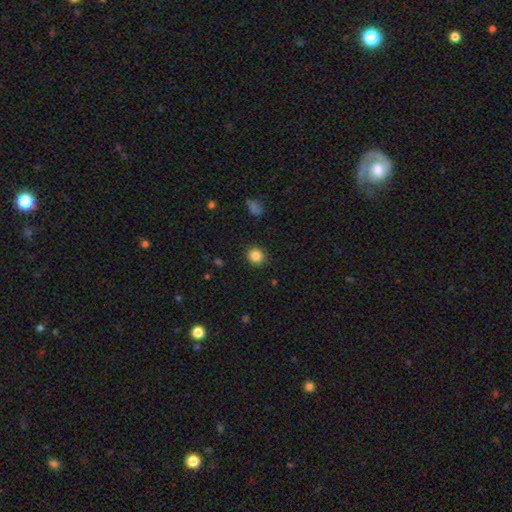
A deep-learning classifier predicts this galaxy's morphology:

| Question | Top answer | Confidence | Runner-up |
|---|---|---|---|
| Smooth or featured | smooth | 85% | star or artifact (10%) |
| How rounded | round | 86% | in between (13%) |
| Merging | none | 91% | minor disturbance (6%) |